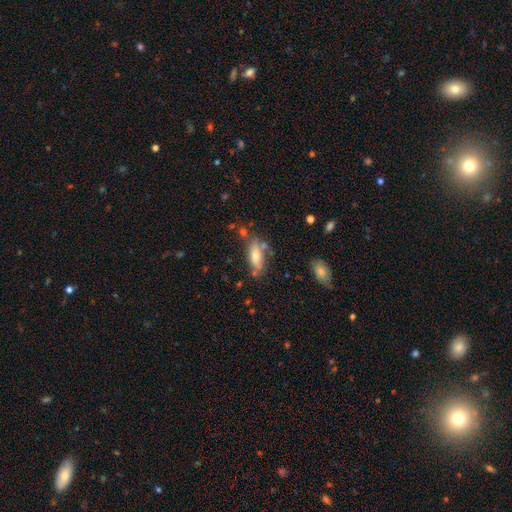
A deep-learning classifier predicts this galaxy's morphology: Q: Smooth or featured?
A: smooth (65%); runner-up: featured or disk (27%)
Q: How rounded?
A: in between (66%); runner-up: cigar-shaped (32%)
Q: Merging?
A: none (63%); runner-up: minor disturbance (20%)